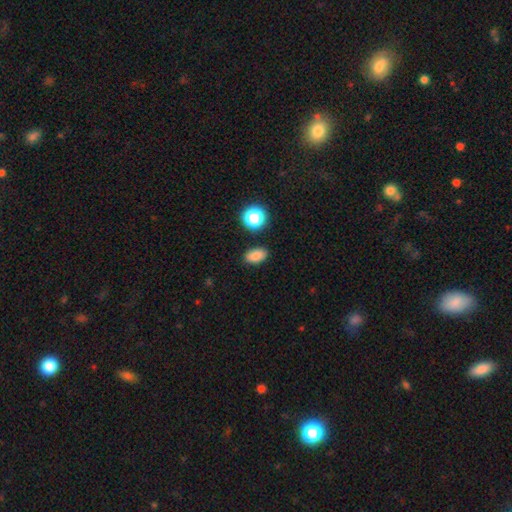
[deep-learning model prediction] smooth 82%, star or artifact 12%, featured or disk 6%. Down the decision tree: how rounded — in between (86%); merging — none (85%).